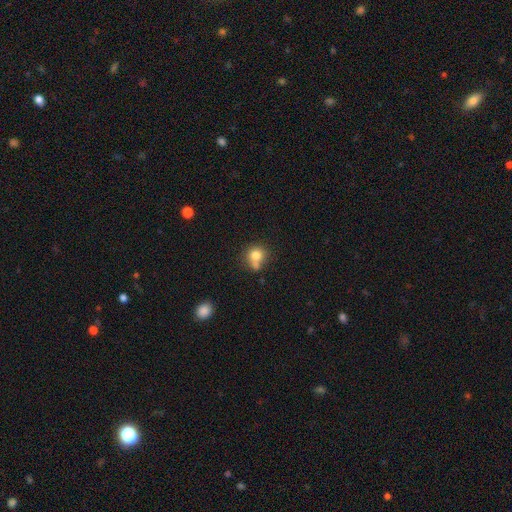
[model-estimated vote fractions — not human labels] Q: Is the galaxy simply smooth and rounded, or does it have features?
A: smooth — 78%.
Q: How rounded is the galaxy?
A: round — 81%.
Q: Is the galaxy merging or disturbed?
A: none — 48%.